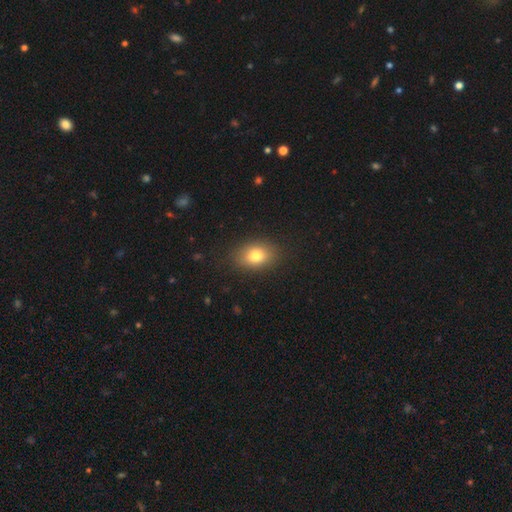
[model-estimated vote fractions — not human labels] smooth_or_featured: smooth (p=0.78) [alt: featured or disk p=0.12]
how_rounded: in between (p=0.75) [alt: round p=0.24]
merging: none (p=0.87) [alt: minor disturbance p=0.09]